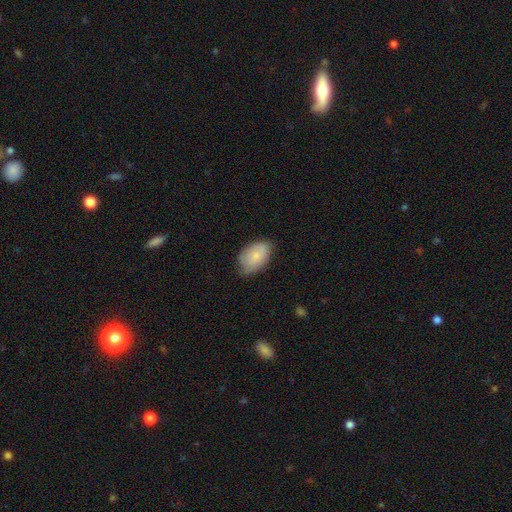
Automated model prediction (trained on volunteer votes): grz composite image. It shows a smooth galaxy with no disk features (79%) that is in between round and cigar-shaped (92%). Merging: none (70%).